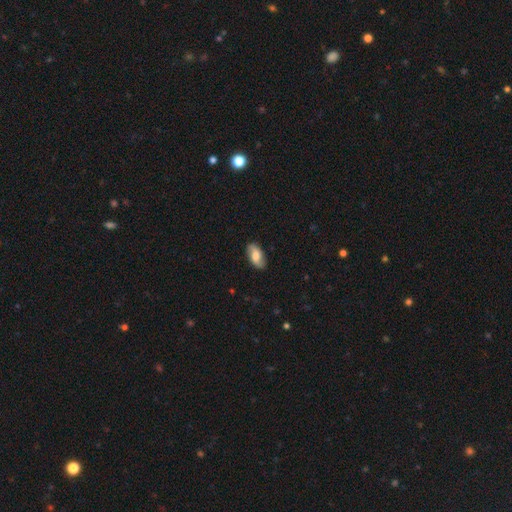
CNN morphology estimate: Q: Smooth or featured?
A: smooth (55%); runner-up: featured or disk (38%)
Q: How rounded?
A: in between (92%); runner-up: round (4%)
Q: Merging?
A: none (84%); runner-up: minor disturbance (12%)